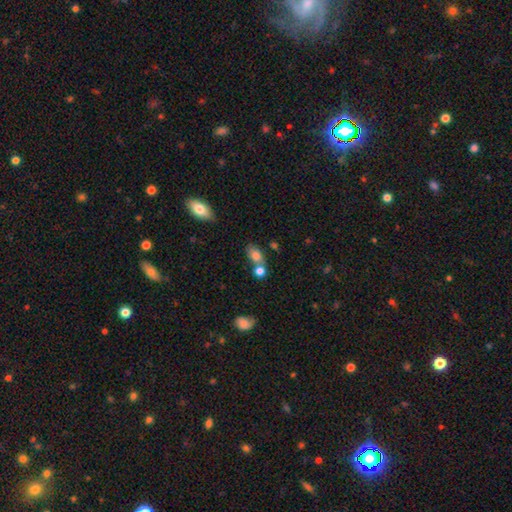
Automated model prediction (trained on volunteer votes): This is likely a smooth galaxy (79%). How rounded: likely in between (79%). Merging: possibly none (50%).